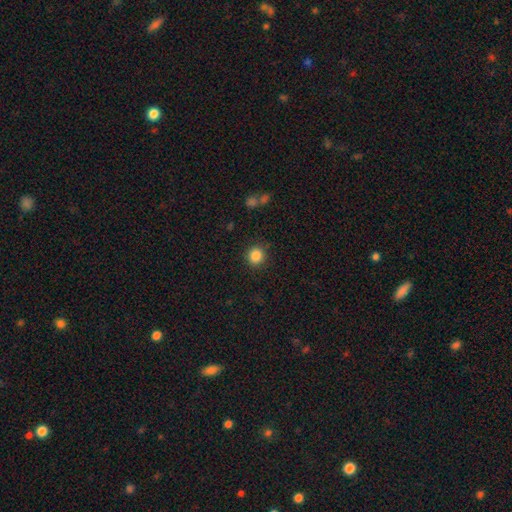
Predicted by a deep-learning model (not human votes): smooth_or_featured: smooth (p=0.86) [alt: star or artifact p=0.10]
how_rounded: round (p=0.89) [alt: in between p=0.10]
merging: none (p=0.89) [alt: minor disturbance p=0.07]